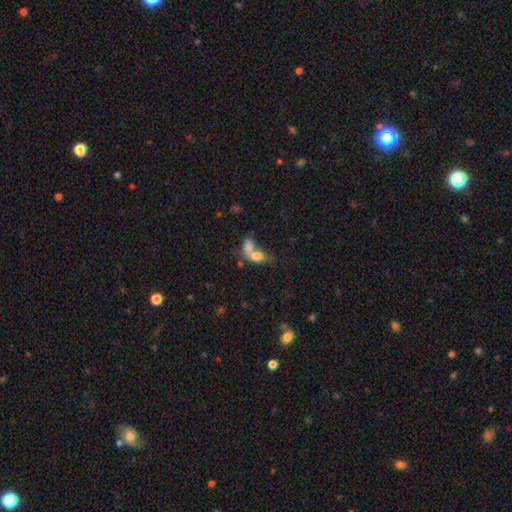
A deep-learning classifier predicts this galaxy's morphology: smooth 72%, featured or disk 18%, star or artifact 9%. Down the decision tree: how rounded — in between (78%); merging — merger (74%).